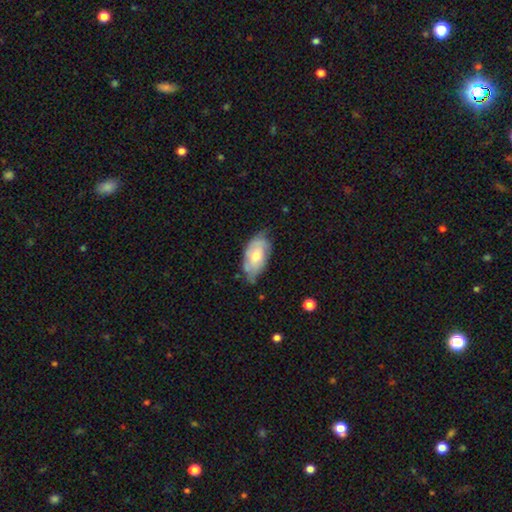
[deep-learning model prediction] smooth-or-featured: smooth: 51% | featured or disk: 43% | star or artifact: 6%
  how-rounded: in between: 92% | round: 4% | cigar-shaped: 4%
  merging: none: 56% | minor disturbance: 35% | major disturbance: 8% | merger: 2%